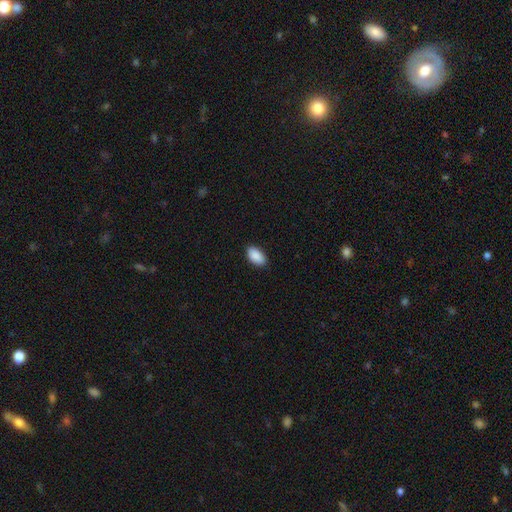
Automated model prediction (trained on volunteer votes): smooth_or_featured: smooth (p=0.91) [alt: star or artifact p=0.06]
how_rounded: in between (p=0.95) [alt: round p=0.03]
merging: none (p=0.88) [alt: minor disturbance p=0.09]